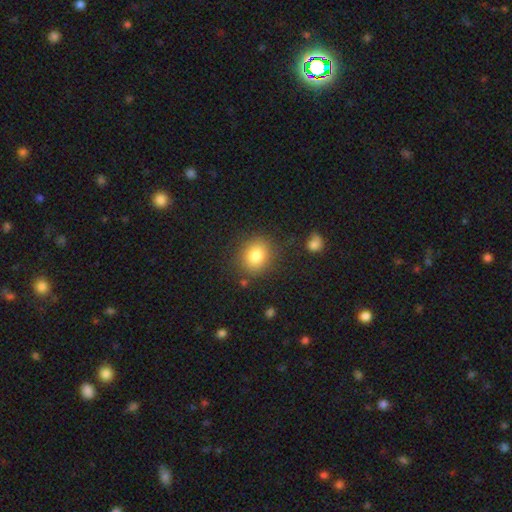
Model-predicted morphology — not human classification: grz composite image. It shows a smooth galaxy with no disk features (84%) that is round (69%). Merging: none (83%).